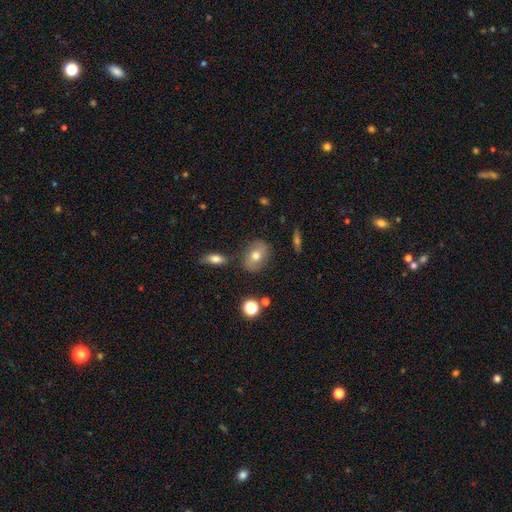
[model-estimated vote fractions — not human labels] smooth 62%, featured or disk 28%, star or artifact 10%. Down the decision tree: how rounded — in between (68%); merging — none (79%).